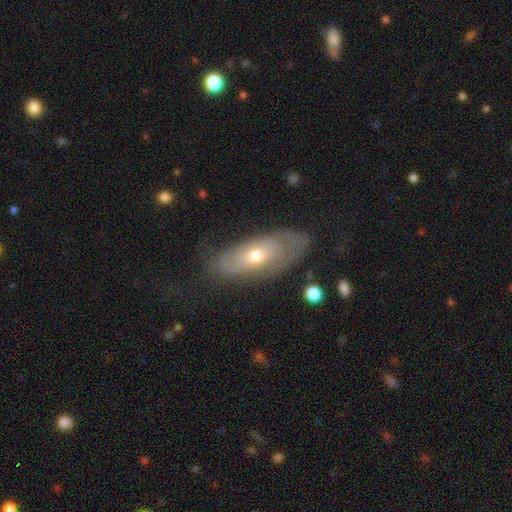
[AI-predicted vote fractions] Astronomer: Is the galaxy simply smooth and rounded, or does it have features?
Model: featured or disk — 52% (runner-up: smooth, 42%).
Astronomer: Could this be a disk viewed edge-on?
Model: no — 79%.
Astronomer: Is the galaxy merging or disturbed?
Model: none — 65%.